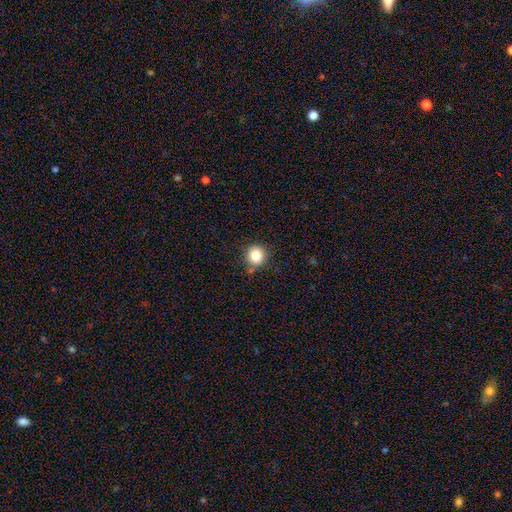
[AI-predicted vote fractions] smooth 84%, star or artifact 11%, featured or disk 5%. Down the decision tree: how rounded — round (92%); merging — none (84%).